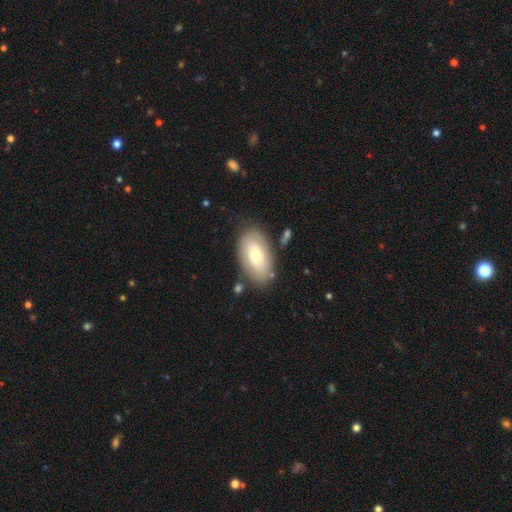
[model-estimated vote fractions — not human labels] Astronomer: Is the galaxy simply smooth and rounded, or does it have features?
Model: smooth — 62%.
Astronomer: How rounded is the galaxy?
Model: in between — 93%.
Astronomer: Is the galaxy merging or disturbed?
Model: none — 78%.